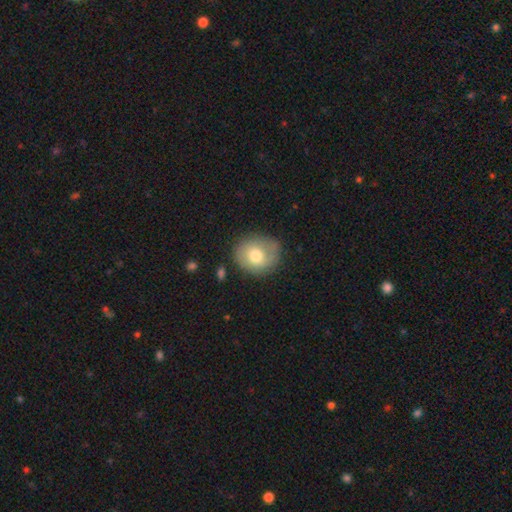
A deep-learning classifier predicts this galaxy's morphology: A smooth galaxy with no disk features (70%) that is round (70%).

Vote fractions:
- Smooth or featured? smooth: 70% / featured or disk: 22% / star or artifact: 8%
- How rounded? round: 70% / in between: 29% / cigar-shaped: 1%
- Merging? none: 73% / minor disturbance: 18% / major disturbance: 6% / merger: 3%